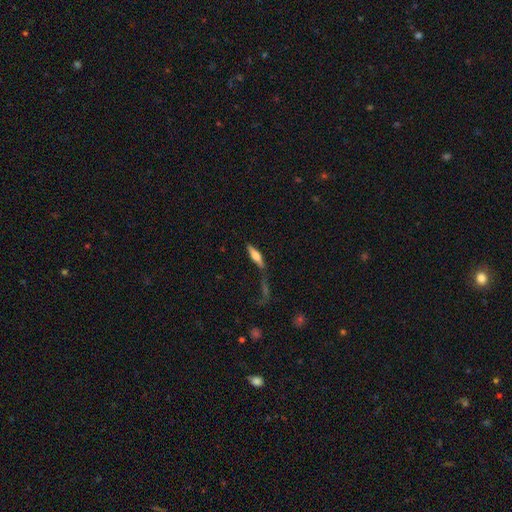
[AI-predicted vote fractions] Smooth or featured? smooth (48%)
Merging? none (57%)